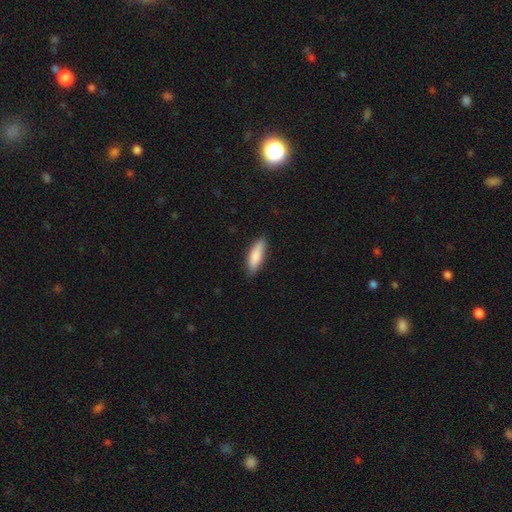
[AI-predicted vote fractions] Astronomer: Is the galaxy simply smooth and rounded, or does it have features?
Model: smooth — 83%.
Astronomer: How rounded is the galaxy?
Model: cigar-shaped — 53% (runner-up: in between, 46%).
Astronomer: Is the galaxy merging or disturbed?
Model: none — 81%.